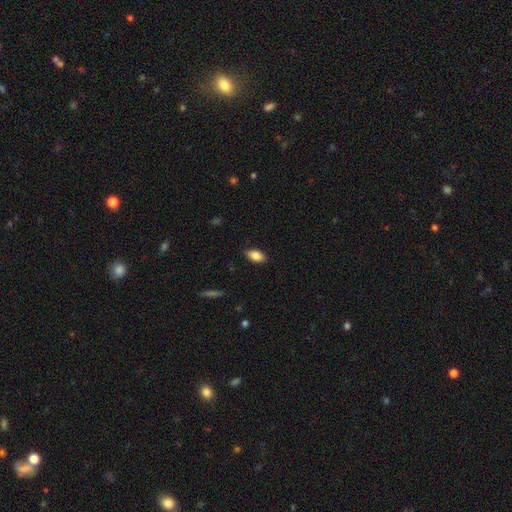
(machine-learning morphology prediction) This appears to be a smooth galaxy with no disk features (86%) that is in between round and cigar-shaped (92%). Merging: none (88%).